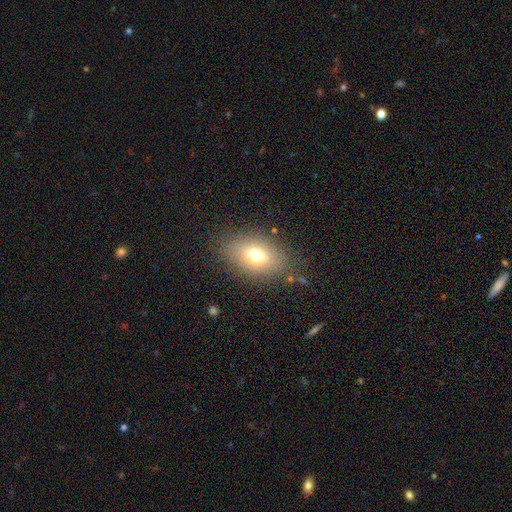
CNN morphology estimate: A smooth galaxy with no disk features (68%) that is in between round and cigar-shaped (81%).

Vote fractions:
- Smooth or featured? smooth: 68% / featured or disk: 19% / star or artifact: 13%
- How rounded? in between: 81% / round: 16% / cigar-shaped: 2%
- Merging? none: 81% / minor disturbance: 11% / major disturbance: 5% / merger: 2%